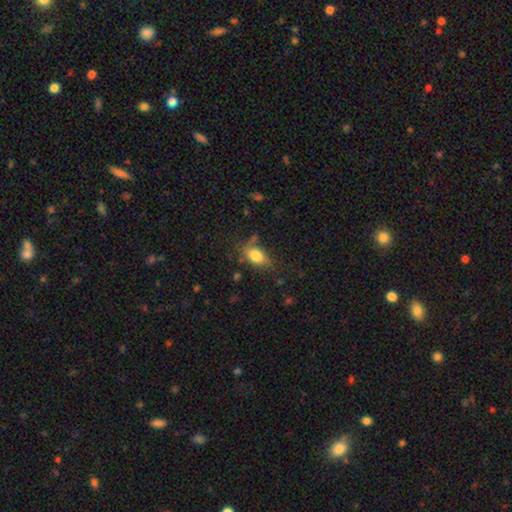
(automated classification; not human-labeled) Smooth or featured: smooth — 80% (featured or disk — 11%)
How rounded: in between — 86% (round — 11%)
Merging: none — 68% (minor disturbance — 20%)